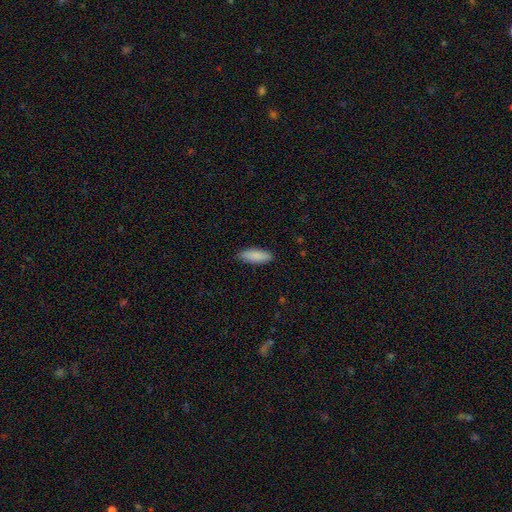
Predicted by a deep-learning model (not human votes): A smooth galaxy with no disk features (88%) that is in between round and cigar-shaped (67%). Merging: none (87%).